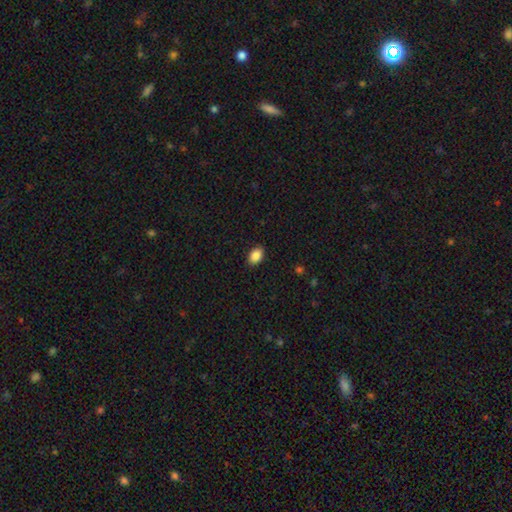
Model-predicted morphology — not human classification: Q: Smooth or featured?
A: smooth (88%); runner-up: star or artifact (8%)
Q: How rounded?
A: in between (86%); runner-up: round (13%)
Q: Merging?
A: none (89%); runner-up: minor disturbance (8%)